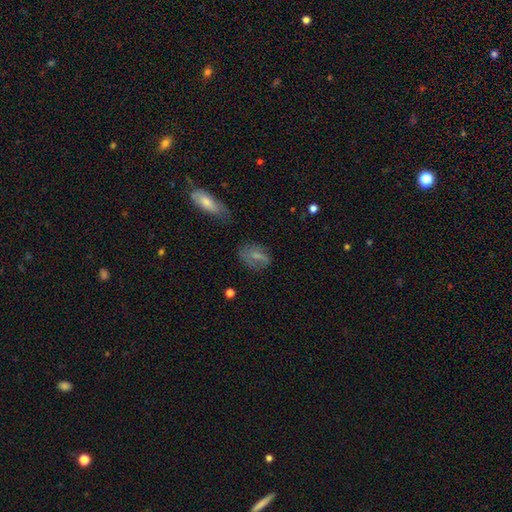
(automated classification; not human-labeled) Smooth or featured? smooth (63%)
How rounded? in between (77%)
Merging? none (54%)